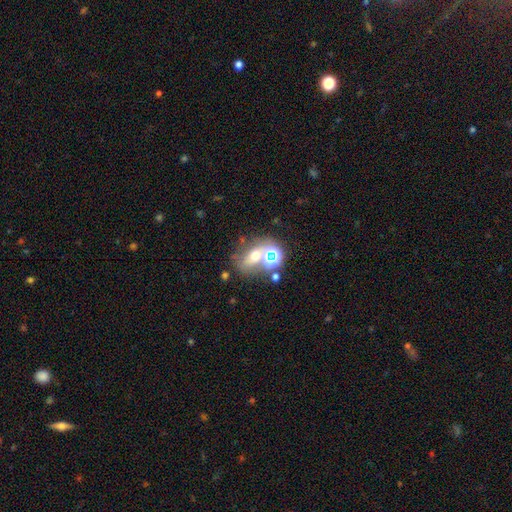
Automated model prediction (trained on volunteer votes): smooth_or_featured: smooth (p=0.47) [alt: star or artifact p=0.30]
merging: none (p=0.45) [alt: merger p=0.33]